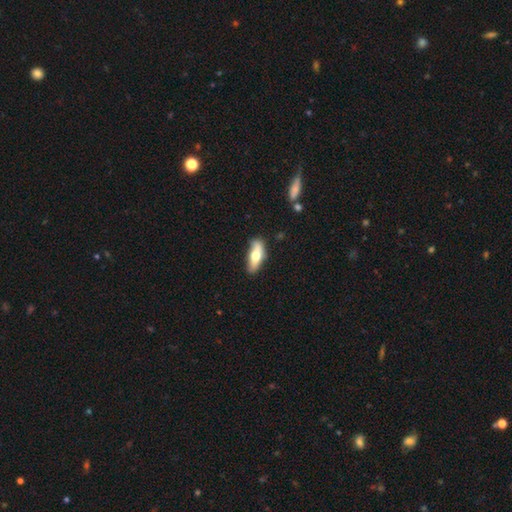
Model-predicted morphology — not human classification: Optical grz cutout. It shows a smooth galaxy with no disk features (61%) that is in between round and cigar-shaped (67%). Merging: none (69%).